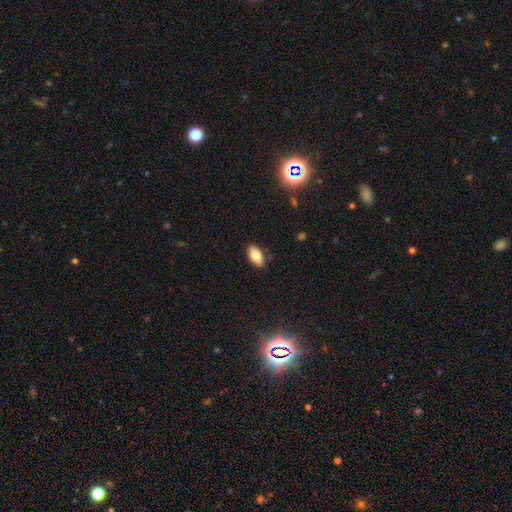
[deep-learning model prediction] smooth 81%, featured or disk 11%, star or artifact 8%. Down the decision tree: how rounded — in between (91%); merging — none (85%).